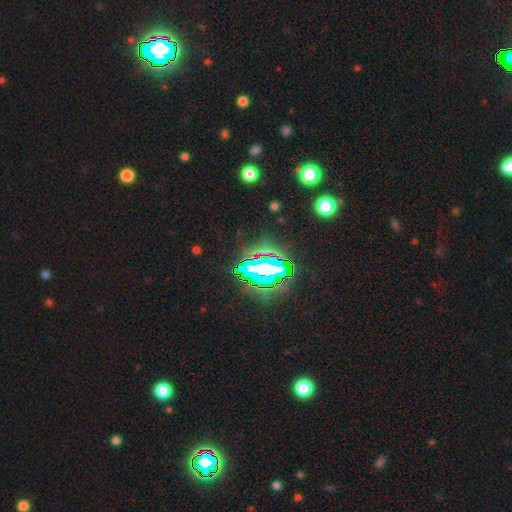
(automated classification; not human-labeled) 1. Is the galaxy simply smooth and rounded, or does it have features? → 76% star or artifact, 13% smooth, 11% featured or disk.